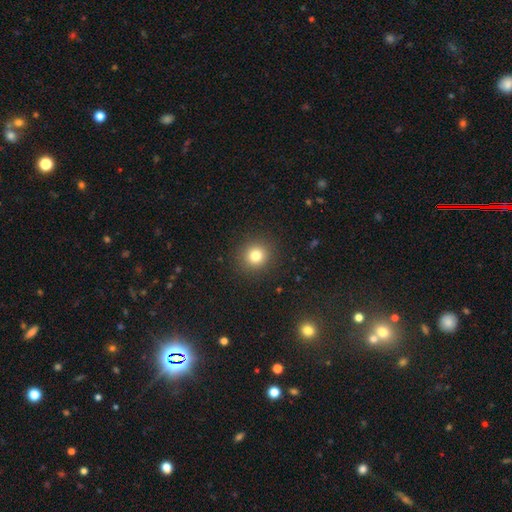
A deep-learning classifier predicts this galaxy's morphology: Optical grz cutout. It shows a smooth galaxy with no disk features (80%) that is round (90%). Merging: none (91%).